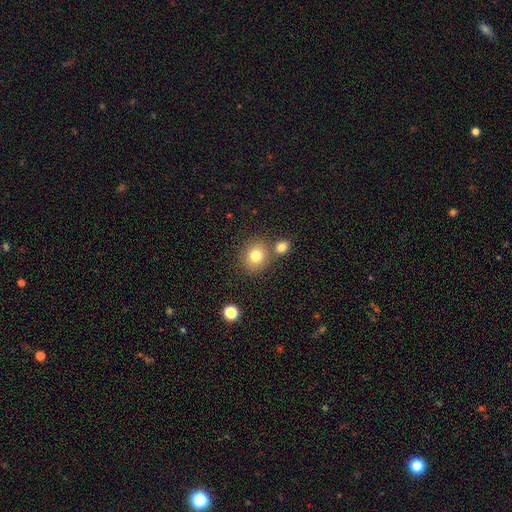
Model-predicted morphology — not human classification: smooth-or-featured: smooth: 79% | star or artifact: 12% | featured or disk: 9%
  how-rounded: round: 78% | in between: 21% | cigar-shaped: 1%
  merging: none: 69% | merger: 19% | minor disturbance: 9% | major disturbance: 3%